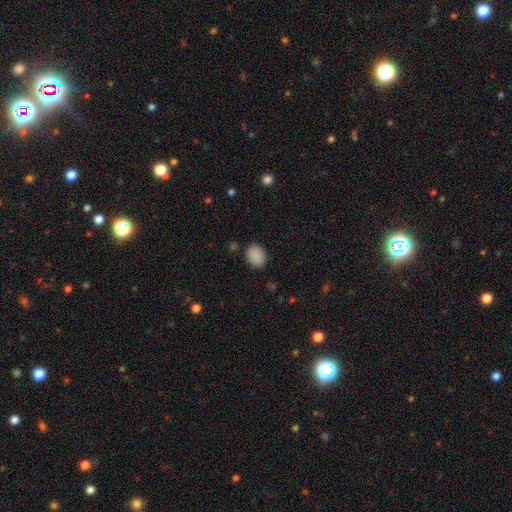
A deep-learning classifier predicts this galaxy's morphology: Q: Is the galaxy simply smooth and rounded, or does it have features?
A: smooth — 88%.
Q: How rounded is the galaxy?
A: in between — 62%.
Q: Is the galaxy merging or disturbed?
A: none — 85%.